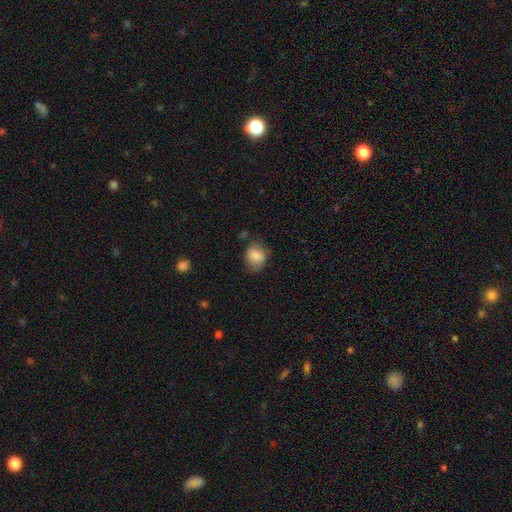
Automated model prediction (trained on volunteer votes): Q: Smooth or featured?
A: smooth (82%); runner-up: featured or disk (10%)
Q: How rounded?
A: in between (51%); runner-up: round (48%)
Q: Merging?
A: none (66%); runner-up: minor disturbance (24%)